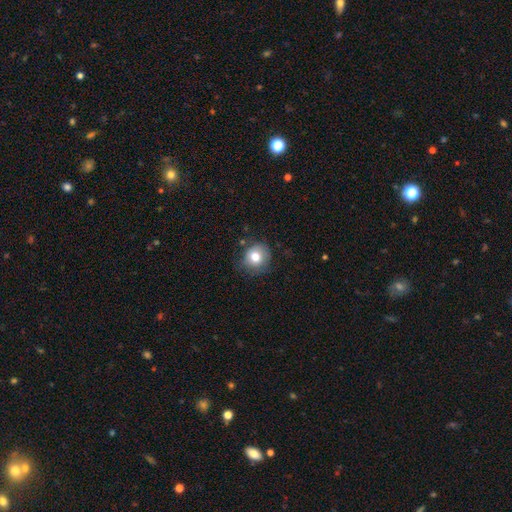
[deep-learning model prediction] Morphology: type=smooth (77%); roundness=round (86%); merging=none (73%).